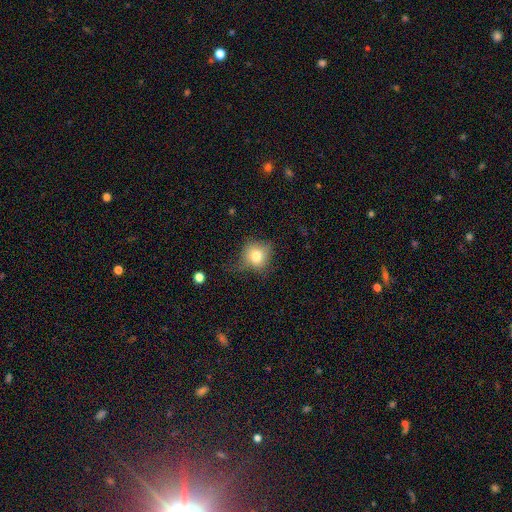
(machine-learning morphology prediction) Smooth or featured: smooth — 73% (featured or disk — 15%)
How rounded: round — 76% (in between — 23%)
Merging: none — 54% (minor disturbance — 29%)